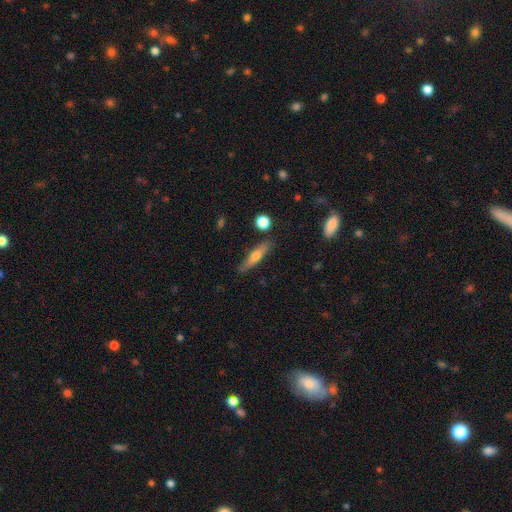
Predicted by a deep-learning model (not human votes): Morphology: type=smooth (51%); roundness=cigar-shaped (83%); merging=none (82%).